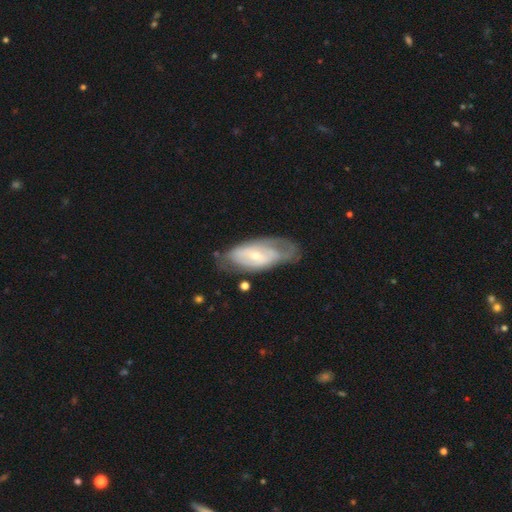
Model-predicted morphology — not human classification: featured or disk 68%, smooth 26%, star or artifact 6%. Down the decision tree: edge-on disk — no (90%); bar — no (40%); spiral arms — yes (64%); bulge size — small (60%); merging — none (53%).